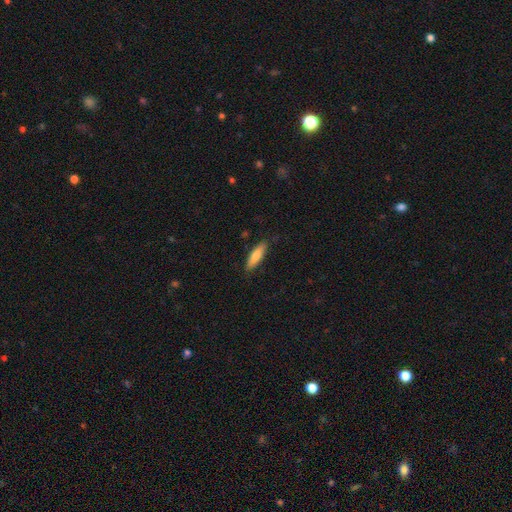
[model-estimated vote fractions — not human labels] Morphology: type=smooth (76%); roundness=cigar-shaped (63%); merging=none (84%).